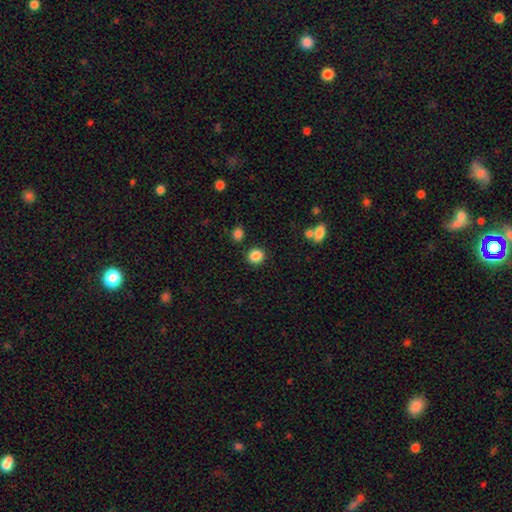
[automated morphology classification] smooth-or-featured: smooth: 87% | star or artifact: 10% | featured or disk: 3%
  how-rounded: round: 81% | in between: 18% | cigar-shaped: 1%
  merging: none: 86% | minor disturbance: 7% | merger: 4% | major disturbance: 3%